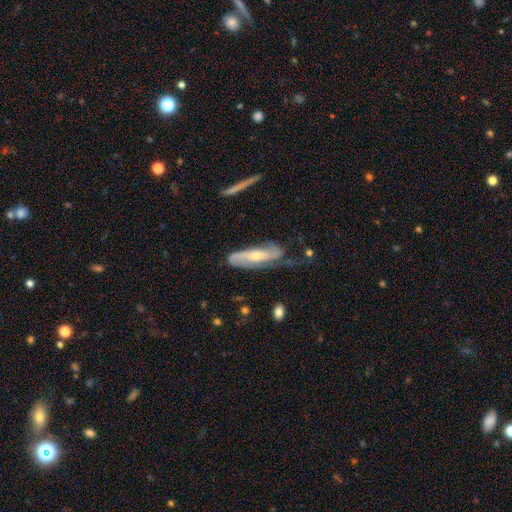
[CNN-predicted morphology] Q: Smooth or featured?
A: featured or disk (71%); runner-up: smooth (24%)
Q: Edge-on disk?
A: no (75%); runner-up: yes (25%)
Q: Bar?
A: no (48%); runner-up: weak (28%)
Q: Spiral arms?
A: yes (87%); runner-up: no (13%)
Q: Bulge size?
A: small (49%); runner-up: moderate (46%)
Q: Merging?
A: none (49%); runner-up: minor disturbance (30%)